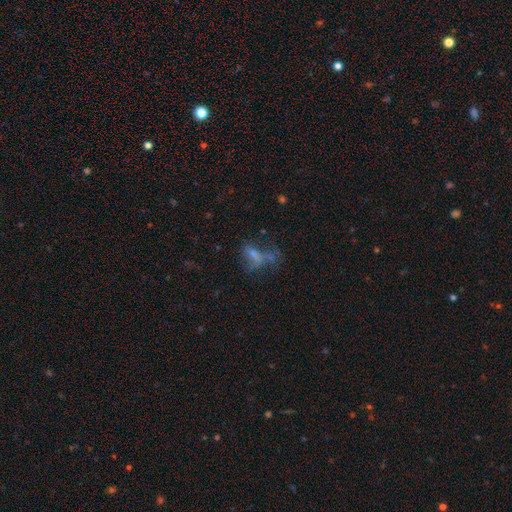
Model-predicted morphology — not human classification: Overall: smooth (44%; featured or disk 33%). Merging: major disturbance (42%; none 30%).